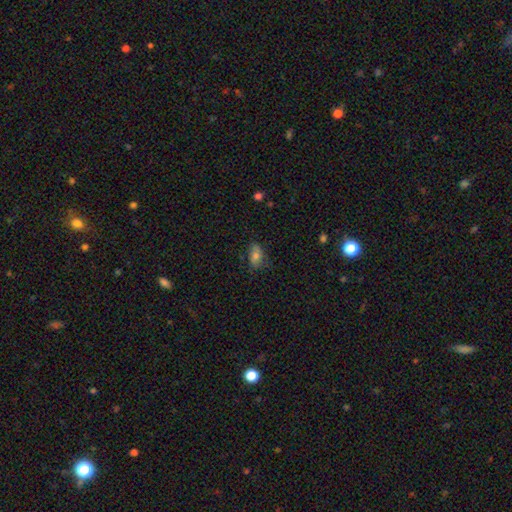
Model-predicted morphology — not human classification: Smooth or featured? Predicted: smooth (p=0.69). How rounded? Predicted: in between (p=0.85). Merging? Predicted: none (p=0.67).